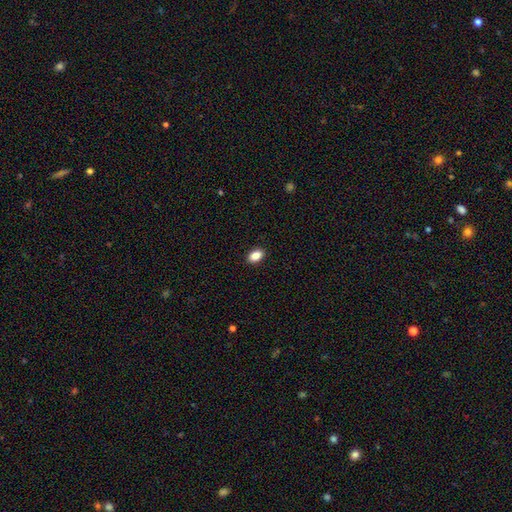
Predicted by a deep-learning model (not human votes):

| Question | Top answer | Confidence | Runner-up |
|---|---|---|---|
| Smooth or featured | smooth | 87% | star or artifact (9%) |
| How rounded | in between | 86% | round (12%) |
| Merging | none | 91% | minor disturbance (7%) |